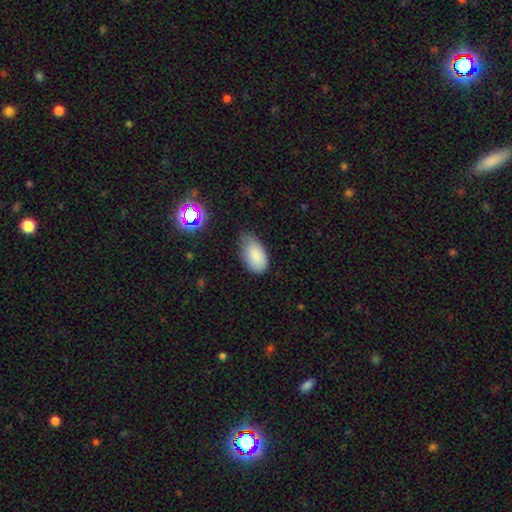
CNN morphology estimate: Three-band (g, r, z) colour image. It shows a smooth galaxy with no disk features (85%) that is in between round and cigar-shaped (94%). Merging: none (51%).